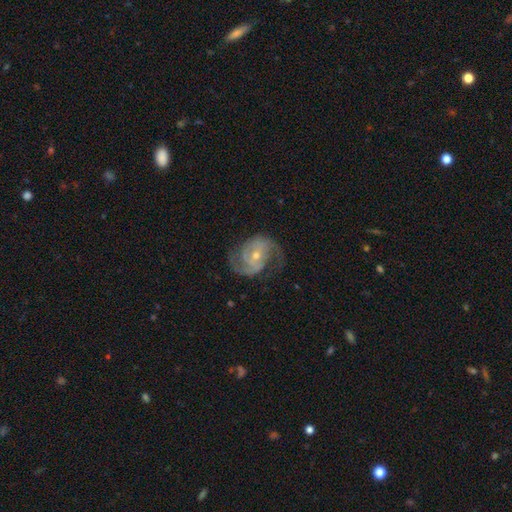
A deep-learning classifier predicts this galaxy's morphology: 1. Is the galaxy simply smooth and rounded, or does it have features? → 89% featured or disk, 5% smooth, 5% star or artifact.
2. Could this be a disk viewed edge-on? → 98% no, 2% yes.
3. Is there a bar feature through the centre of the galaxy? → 50% no, 36% weak, 14% strong.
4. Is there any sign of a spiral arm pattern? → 97% yes, 3% no.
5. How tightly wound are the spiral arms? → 51% medium, 33% tight, 16% loose.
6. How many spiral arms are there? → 78% 2, 9% 3, 6% can't tell, 2% 1, 2% 4, 2% more than 4.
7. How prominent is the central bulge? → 55% small, 42% moderate, 1% large, 1% none, 1% dominant.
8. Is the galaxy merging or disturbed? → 73% none, 16% minor disturbance, 9% major disturbance, 1% merger.